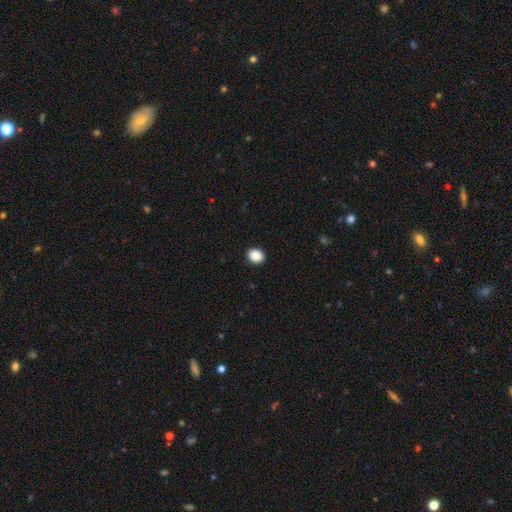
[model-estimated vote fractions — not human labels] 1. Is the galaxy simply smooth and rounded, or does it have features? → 88% smooth, 9% star or artifact, 3% featured or disk.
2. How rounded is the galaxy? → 58% round, 41% in between, 1% cigar-shaped.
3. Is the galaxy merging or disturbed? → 92% none, 5% minor disturbance, 2% major disturbance, 1% merger.